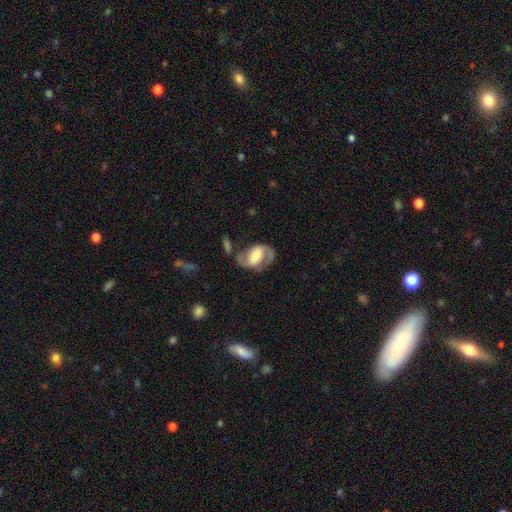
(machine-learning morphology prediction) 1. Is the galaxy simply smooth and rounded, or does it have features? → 74% featured or disk, 20% smooth, 6% star or artifact.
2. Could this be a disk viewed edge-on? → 97% no, 3% yes.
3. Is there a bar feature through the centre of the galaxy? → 38% weak, 36% strong, 26% no.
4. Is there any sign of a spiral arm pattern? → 87% yes, 13% no.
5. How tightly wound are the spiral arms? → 50% medium, 25% loose, 24% tight.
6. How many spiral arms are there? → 85% 2, 6% 1, 5% can't tell, 1% 3, 1% 4, 1% more than 4.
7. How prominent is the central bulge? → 36% moderate, 29% large, 23% small, 7% none, 5% dominant.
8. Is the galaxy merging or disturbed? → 55% none, 20% minor disturbance, 17% major disturbance, 7% merger.